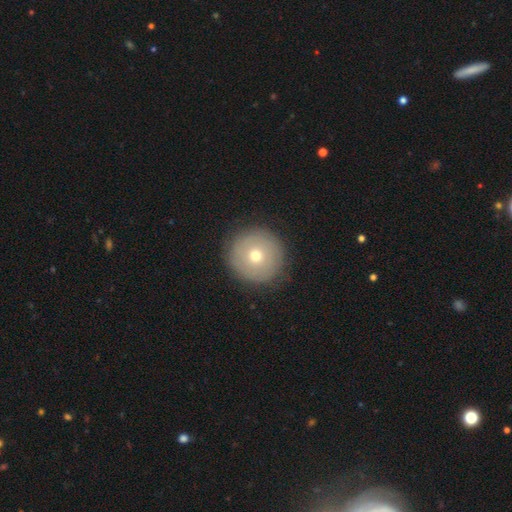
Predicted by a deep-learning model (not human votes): This appears to be a smooth galaxy with no disk features (60%) that is round (95%). Merging: none (89%).